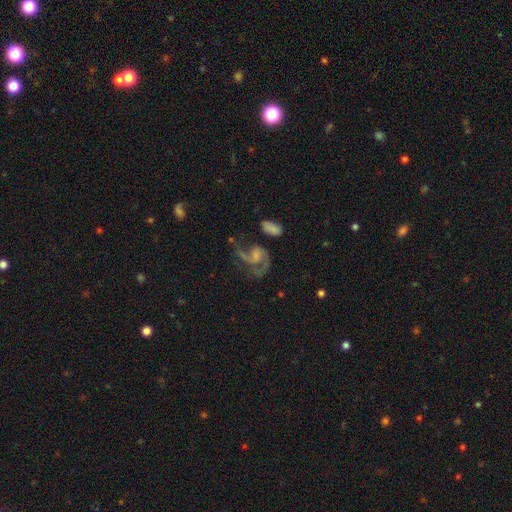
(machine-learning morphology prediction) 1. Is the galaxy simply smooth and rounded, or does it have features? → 80% featured or disk, 10% star or artifact, 10% smooth.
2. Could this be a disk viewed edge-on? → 98% no, 2% yes.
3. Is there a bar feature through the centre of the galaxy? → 54% no, 36% weak, 10% strong.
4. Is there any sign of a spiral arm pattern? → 92% yes, 8% no.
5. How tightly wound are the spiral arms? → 48% medium, 39% loose, 13% tight.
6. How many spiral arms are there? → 72% 2, 14% 1, 6% can't tell, 4% 3, 2% 4, 2% more than 4.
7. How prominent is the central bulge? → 45% small, 27% moderate, 21% none, 5% large, 2% dominant.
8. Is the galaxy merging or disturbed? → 46% none, 28% major disturbance, 17% minor disturbance, 8% merger.